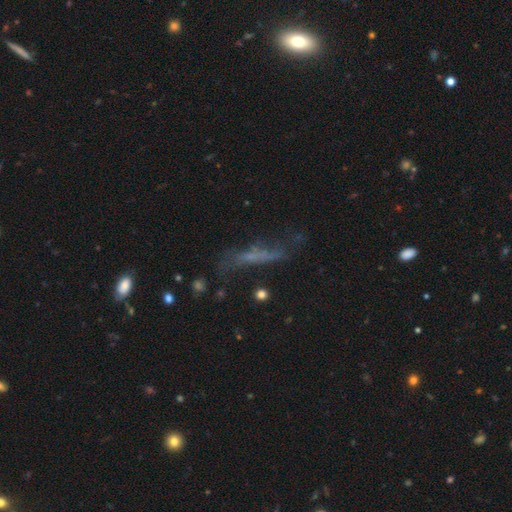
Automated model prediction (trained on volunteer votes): This appears to be a featured or disk galaxy (43%). Merging: none (49%).